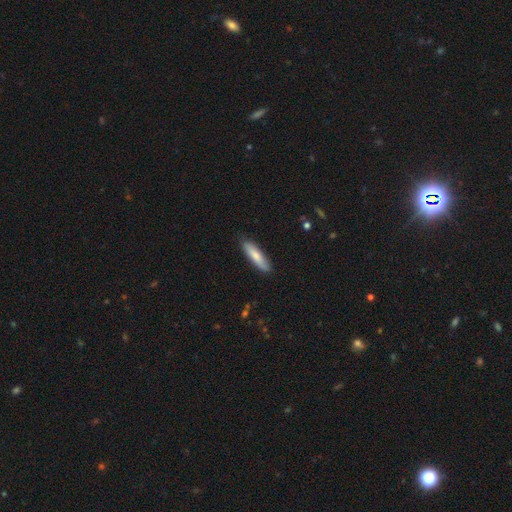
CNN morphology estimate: Smooth or featured? smooth (78%)
How rounded? cigar-shaped (74%)
Merging? none (87%)